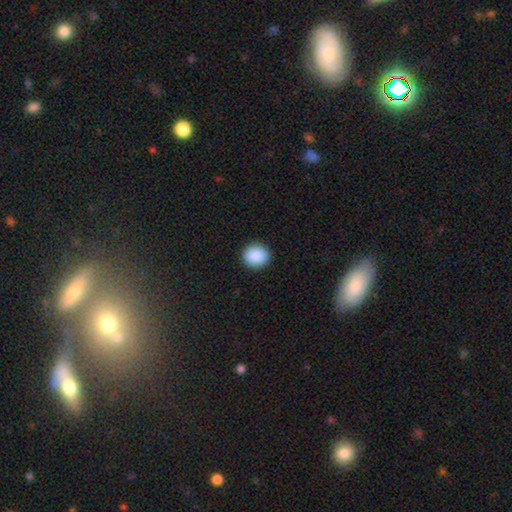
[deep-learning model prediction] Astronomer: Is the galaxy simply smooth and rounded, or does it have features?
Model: smooth — 90%.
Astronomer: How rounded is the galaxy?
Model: round — 86%.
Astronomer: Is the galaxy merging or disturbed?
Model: none — 92%.